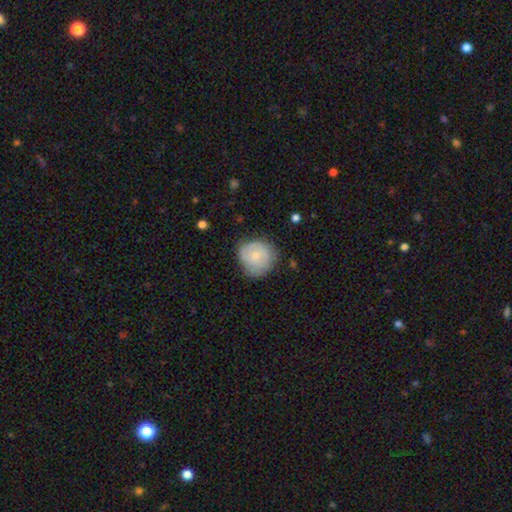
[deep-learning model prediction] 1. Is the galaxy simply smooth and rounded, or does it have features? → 54% smooth, 40% featured or disk, 6% star or artifact.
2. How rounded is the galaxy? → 85% round, 14% in between, 1% cigar-shaped.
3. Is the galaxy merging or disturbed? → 67% none, 25% minor disturbance, 7% major disturbance, 2% merger.